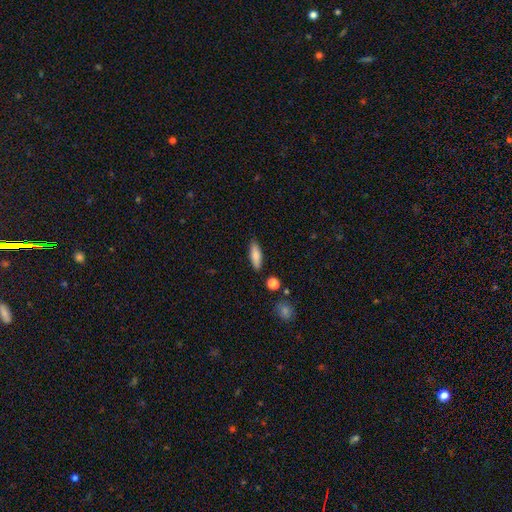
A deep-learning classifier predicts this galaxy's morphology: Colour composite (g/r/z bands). It shows a smooth galaxy with no disk features (82%) that is in between round and cigar-shaped (53%). Merging: none (85%).